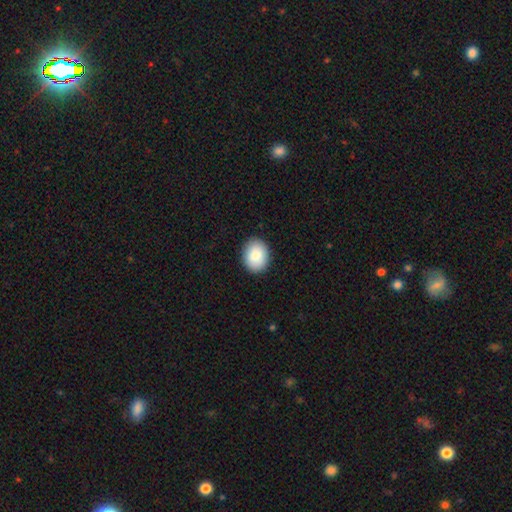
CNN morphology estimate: Smooth or featured?
  - smooth: 88% *
  - star or artifact: 7%
  - featured or disk: 6%
How rounded?
  - in between: 56% *
  - round: 43%
  - cigar-shaped: 1%
Merging?
  - none: 89% *
  - minor disturbance: 8%
  - major disturbance: 2%
  - merger: 1%